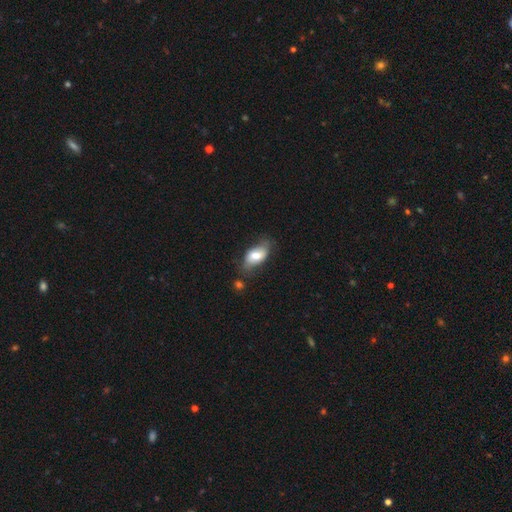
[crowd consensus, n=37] This appears to be a smooth galaxy with no disk features (51%) that is in between round and cigar-shaped (79%). Merging: none (49%).